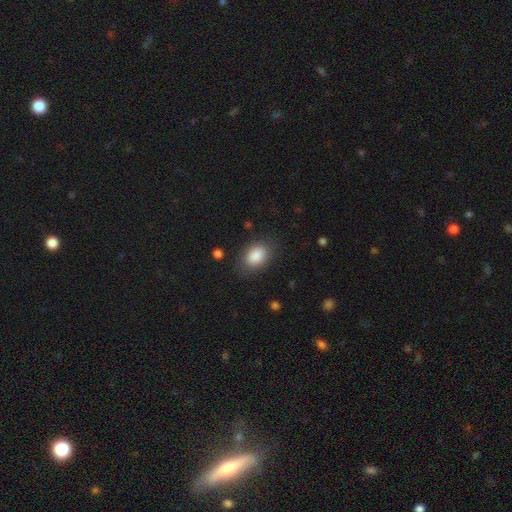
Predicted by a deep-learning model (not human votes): Overall: smooth (88%). How rounded: in between (84%). Merging: none (82%).